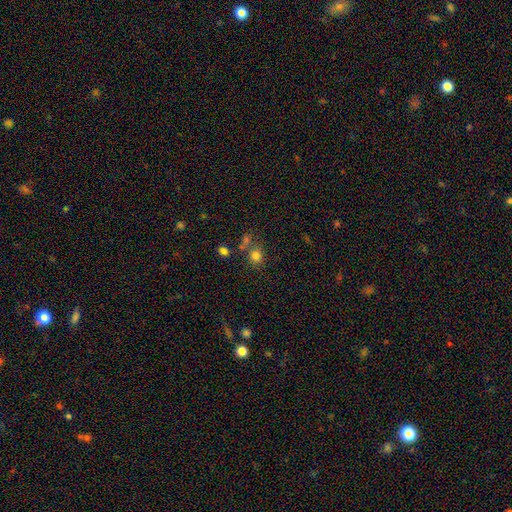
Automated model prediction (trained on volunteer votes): smooth-or-featured: smooth: 77% | star or artifact: 15% | featured or disk: 8%
  how-rounded: round: 81% | in between: 18% | cigar-shaped: 1%
  merging: none: 65% | merger: 18% | minor disturbance: 11% | major disturbance: 5%